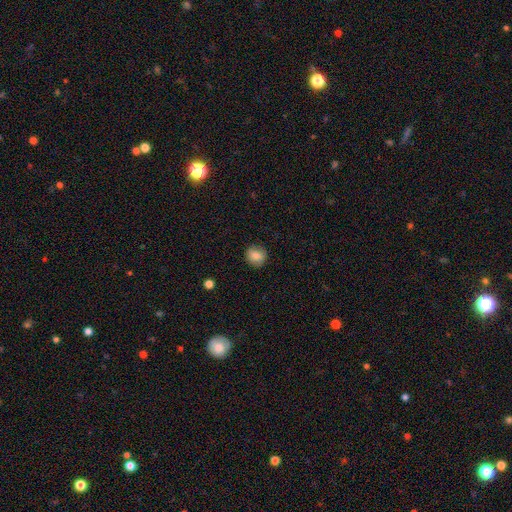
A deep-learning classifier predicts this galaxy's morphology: A smooth galaxy with no disk features (81%) that is round (88%).

Vote fractions:
- Smooth or featured? smooth: 81% / featured or disk: 10% / star or artifact: 9%
- How rounded? round: 88% / in between: 11% / cigar-shaped: 1%
- Merging? none: 88% / minor disturbance: 9% / major disturbance: 2% / merger: 1%